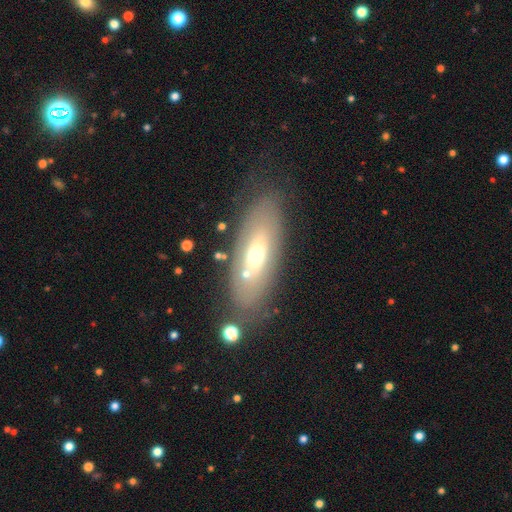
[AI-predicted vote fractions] smooth-or-featured: featured or disk: 50% | smooth: 42% | star or artifact: 9%
  merging: none: 75% | minor disturbance: 14% | major disturbance: 6% | merger: 5%